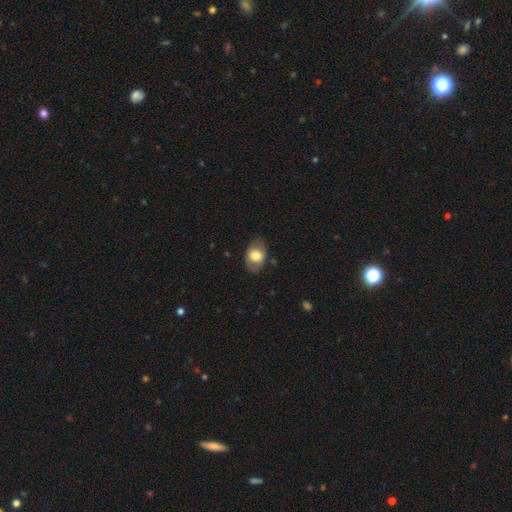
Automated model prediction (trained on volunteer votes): The model was most divided on "smooth or featured": smooth: 67%, featured or disk: 26%, star or artifact: 7%. More confident: how rounded — in between (78%); merging — none (77%).